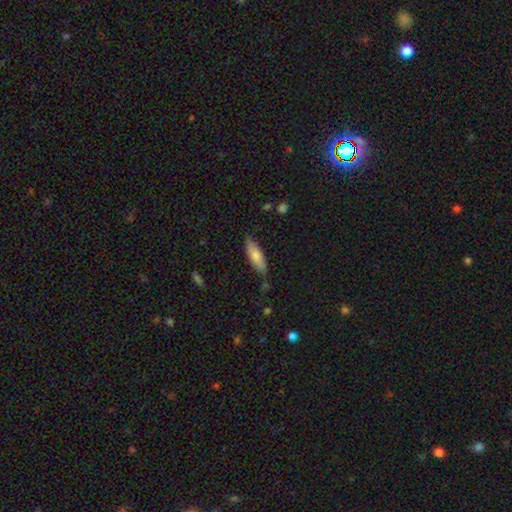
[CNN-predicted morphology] This appears to be a smooth galaxy with no disk features (74%) that is in between round and cigar-shaped (51%). Merging: none (75%).